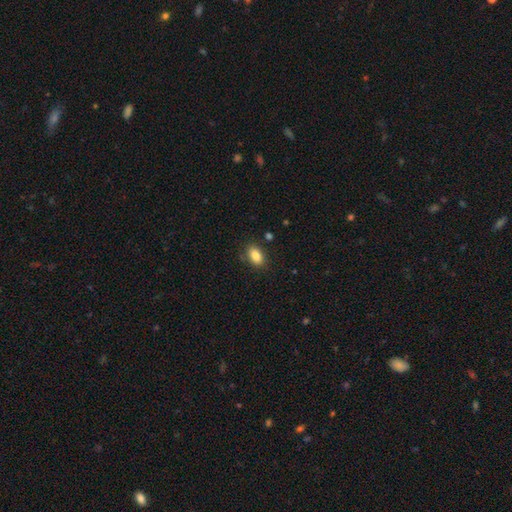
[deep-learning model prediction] The model was most divided on "merging": none: 83%, minor disturbance: 12%, major disturbance: 3%, merger: 2%. More confident: how rounded — in between (88%); smooth or featured — smooth (84%).